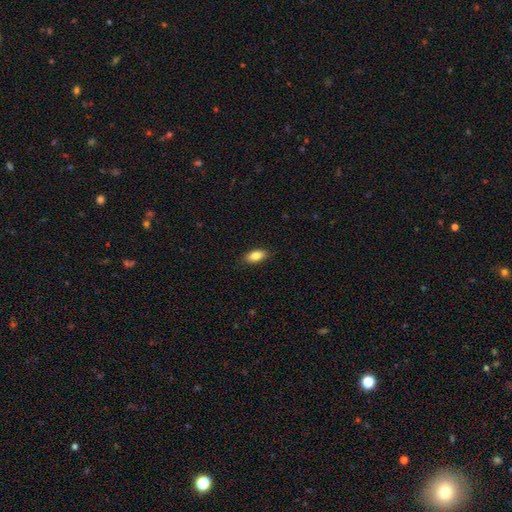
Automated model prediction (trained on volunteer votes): smooth 84%, featured or disk 9%, star or artifact 7%. Down the decision tree: how rounded — in between (88%); merging — none (87%).